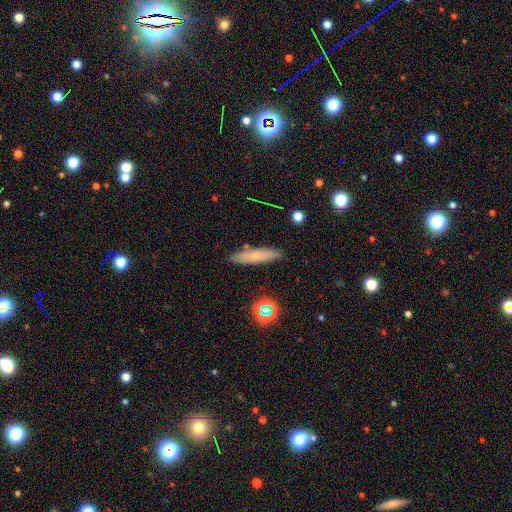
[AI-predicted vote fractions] Q: Smooth or featured?
A: smooth (66%); runner-up: featured or disk (24%)
Q: How rounded?
A: cigar-shaped (80%); runner-up: in between (17%)
Q: Merging?
A: none (86%); runner-up: minor disturbance (10%)